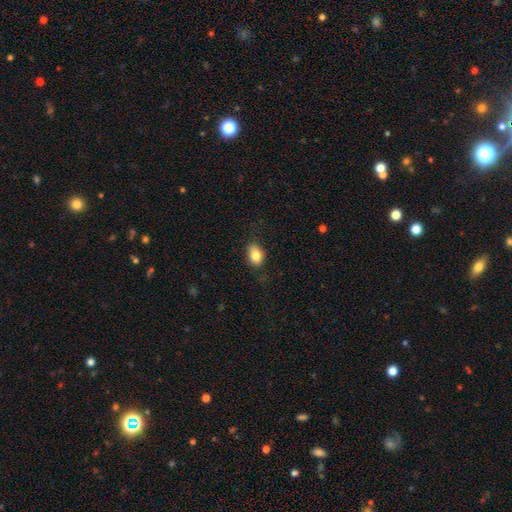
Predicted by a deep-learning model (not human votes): A smooth galaxy with no disk features (82%) that is in between round and cigar-shaped (76%).

Vote fractions:
- Smooth or featured? smooth: 82% / featured or disk: 9% / star or artifact: 8%
- How rounded? in between: 76% / round: 23% / cigar-shaped: 1%
- Merging? none: 78% / minor disturbance: 17% / major disturbance: 4% / merger: 1%